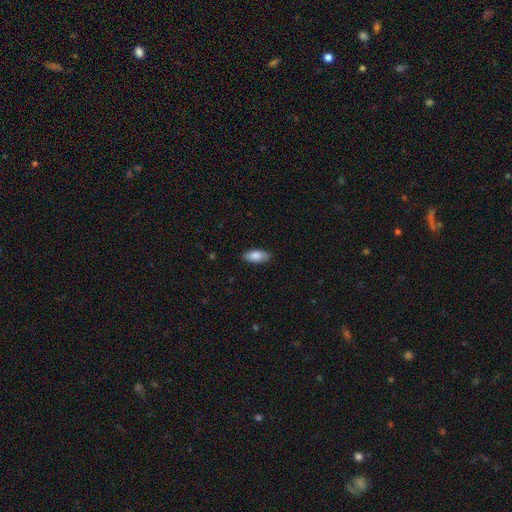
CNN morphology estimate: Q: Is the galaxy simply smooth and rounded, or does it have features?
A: smooth — 86%.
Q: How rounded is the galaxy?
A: in between — 86%.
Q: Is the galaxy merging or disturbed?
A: none — 87%.